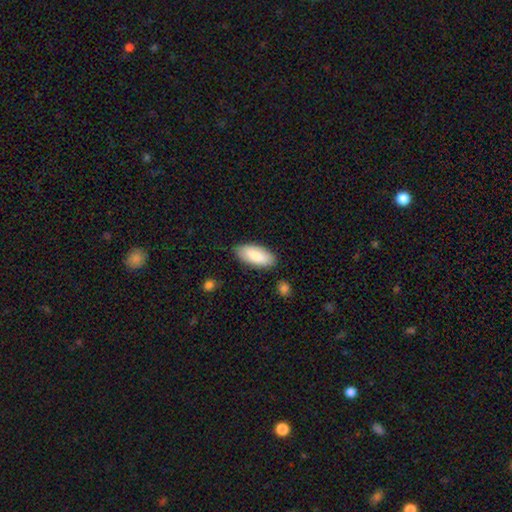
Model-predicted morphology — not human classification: smooth-or-featured: smooth: 86% | featured or disk: 9% | star or artifact: 6%
  how-rounded: in between: 86% | cigar-shaped: 13% | round: 2%
  merging: none: 83% | minor disturbance: 13% | major disturbance: 3% | merger: 2%